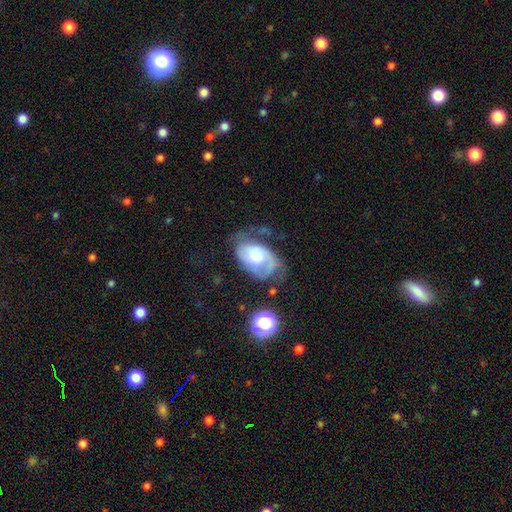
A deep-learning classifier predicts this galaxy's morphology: A featured or disk galaxy (58%) with no bar (70%), spiral arms (76%) and a moderate central bulge (47%).

Vote fractions:
- Smooth or featured? featured or disk: 58% / smooth: 33% / star or artifact: 8%
- Edge-on disk? no: 96% / yes: 4%
- Bar? no: 70% / weak: 25% / strong: 4%
- Spiral arms? yes: 76% / no: 24%
- Bulge size? moderate: 47% / large: 26% / small: 18% / none: 5% / dominant: 4%
- Merging? major disturbance: 34% / none: 33% / minor disturbance: 29% / merger: 5%